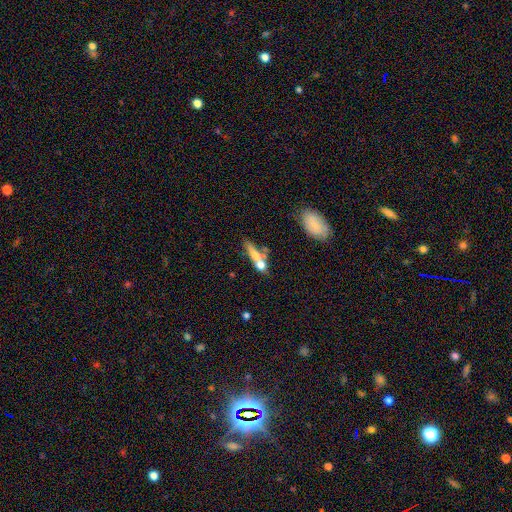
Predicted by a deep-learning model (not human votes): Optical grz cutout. It shows a smooth galaxy with no disk features (55%) that is cigar-shaped (52%). Merging: merger (40%).